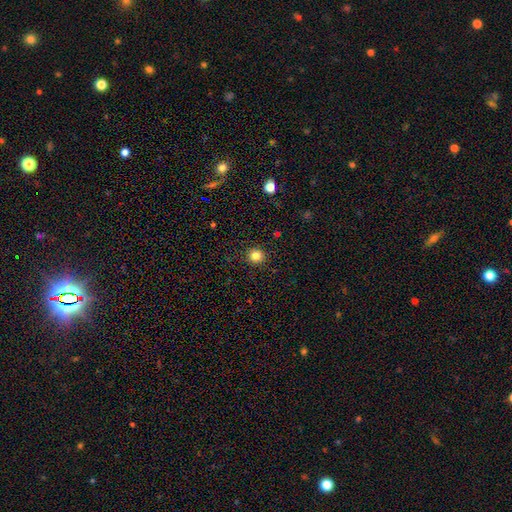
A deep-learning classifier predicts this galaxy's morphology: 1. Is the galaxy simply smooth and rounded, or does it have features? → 83% smooth, 13% star or artifact, 5% featured or disk.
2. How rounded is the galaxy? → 93% round, 6% in between, 1% cigar-shaped.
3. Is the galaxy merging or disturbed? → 92% none, 5% minor disturbance, 2% major disturbance, 1% merger.